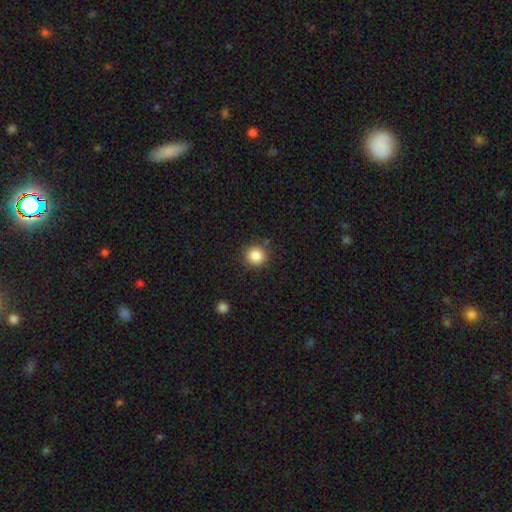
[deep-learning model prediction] Morphology: type=smooth (85%); roundness=round (91%); merging=none (88%).